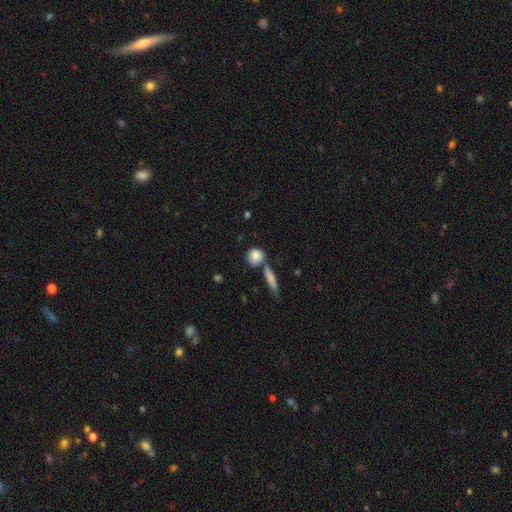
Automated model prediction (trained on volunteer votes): A smooth galaxy with no disk features (83%) that is round (78%). Merging: none (61%).